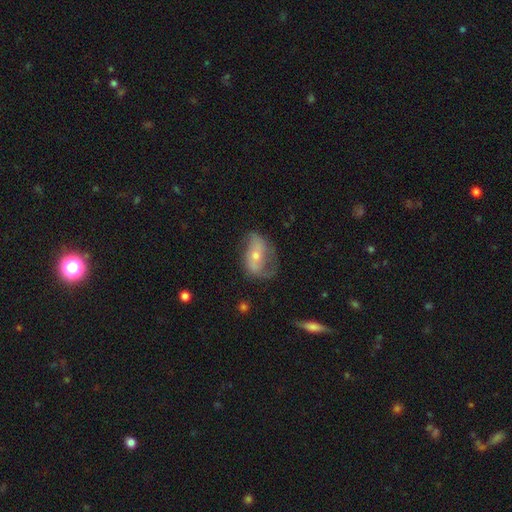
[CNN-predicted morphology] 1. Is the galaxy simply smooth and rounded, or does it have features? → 72% featured or disk, 20% smooth, 8% star or artifact.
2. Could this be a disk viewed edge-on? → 93% no, 7% yes.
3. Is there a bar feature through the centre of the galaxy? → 43% no, 29% weak, 28% strong.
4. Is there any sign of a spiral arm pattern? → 85% yes, 15% no.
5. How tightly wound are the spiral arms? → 50% loose, 34% medium, 16% tight.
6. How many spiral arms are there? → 80% 2, 10% can't tell, 6% 1, 2% 3, 1% 4, 1% more than 4.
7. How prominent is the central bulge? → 56% small, 39% moderate, 2% large, 1% none, 1% dominant.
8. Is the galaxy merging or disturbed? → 58% none, 24% minor disturbance, 16% major disturbance, 2% merger.